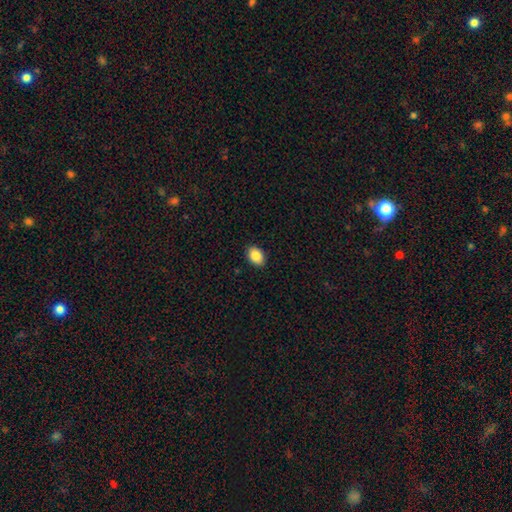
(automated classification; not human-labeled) A smooth galaxy with no disk features (87%) that is in between round and cigar-shaped (81%). Merging: none (90%).